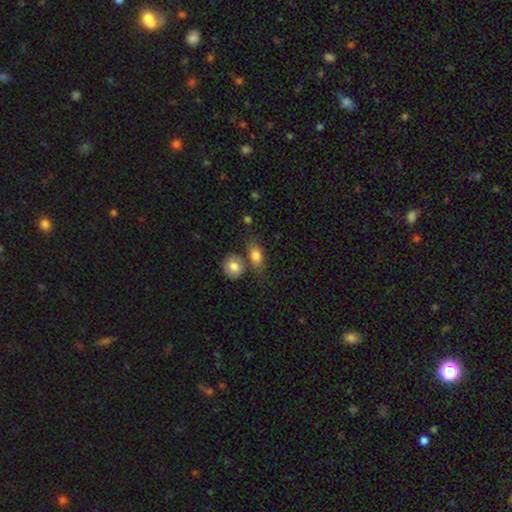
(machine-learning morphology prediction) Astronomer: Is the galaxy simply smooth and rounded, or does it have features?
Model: smooth — 81%.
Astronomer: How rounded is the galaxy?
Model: in between — 77%.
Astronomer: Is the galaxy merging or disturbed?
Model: none — 51% (runner-up: merger, 28%).